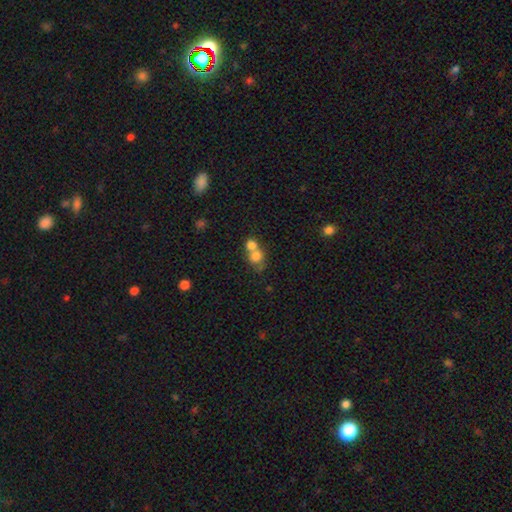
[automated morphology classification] The model was most divided on "merging": merger: 64%, none: 26%, minor disturbance: 6%, major disturbance: 4%. More confident: smooth or featured — smooth (73%); how rounded — round (70%).